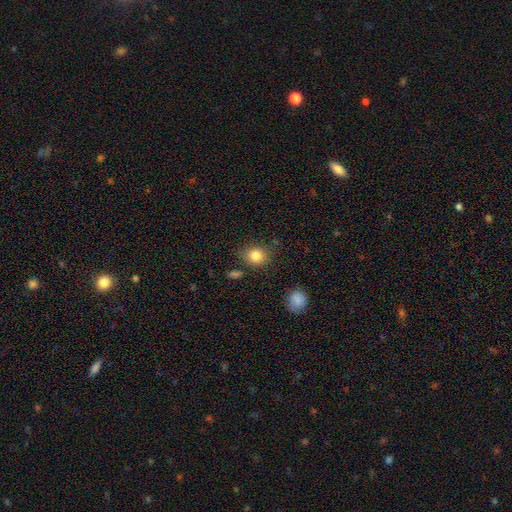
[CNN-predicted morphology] A smooth galaxy with no disk features (83%) that is round (66%).

Vote fractions:
- Smooth or featured? smooth: 83% / star or artifact: 10% / featured or disk: 7%
- How rounded? round: 66% / in between: 33% / cigar-shaped: 1%
- Merging? none: 78% / minor disturbance: 15% / major disturbance: 4% / merger: 4%